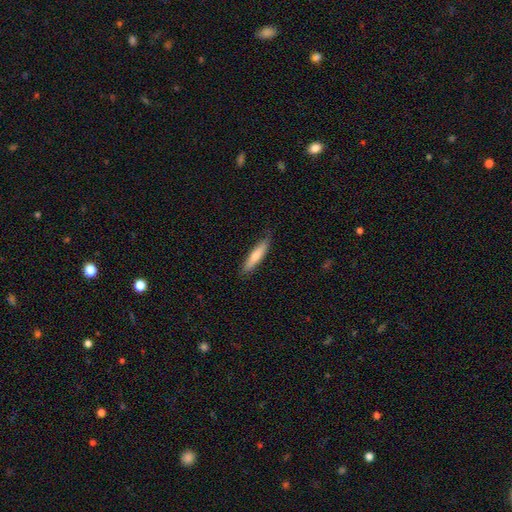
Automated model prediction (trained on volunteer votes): A smooth galaxy with no disk features (74%) that is cigar-shaped (83%).

Vote fractions:
- Smooth or featured? smooth: 74% / featured or disk: 21% / star or artifact: 5%
- How rounded? cigar-shaped: 83% / in between: 16% / round: 1%
- Merging? none: 81% / minor disturbance: 16% / major disturbance: 3% / merger: 1%